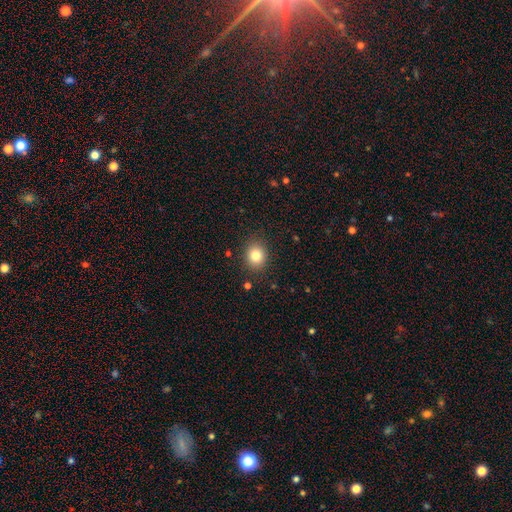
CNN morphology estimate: A smooth galaxy with no disk features (82%) that is round (72%). Merging: none (88%).